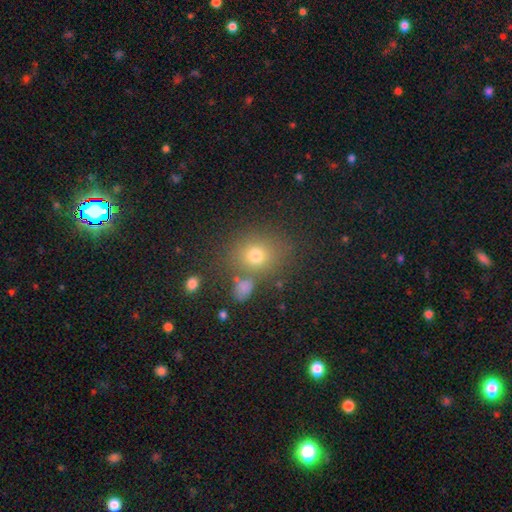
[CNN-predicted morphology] This is likely a smooth galaxy (71%). How rounded: likely round (62%). Merging: likely none (71%).